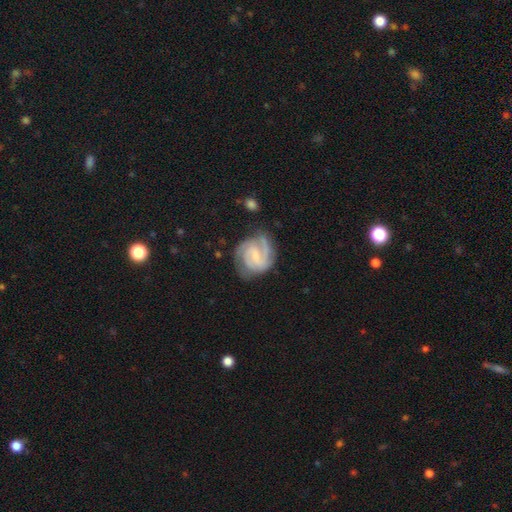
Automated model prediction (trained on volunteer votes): Overall: featured or disk (86%). Edge-on disk: no (98%). Bar: weak (55%; no 29%). Spiral arms: yes (97%). Spiral arm count: 2 (51%; 3 28%). Spiral winding: tight (54%; medium 39%). Bulge size: small (54%; moderate 23%). Merging: none (70%).